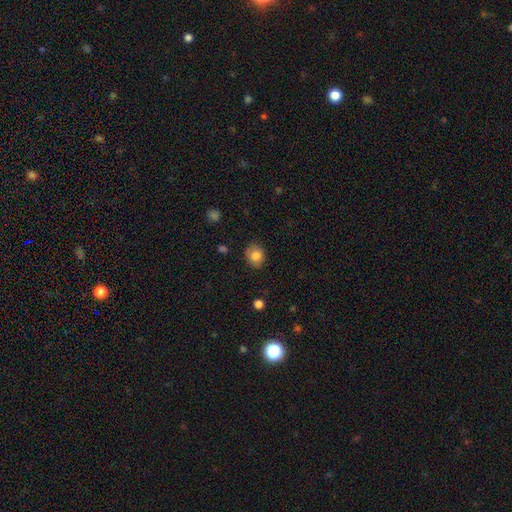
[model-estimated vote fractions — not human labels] This appears to be a smooth galaxy with no disk features (82%) that is round (64%). Merging: none (82%).